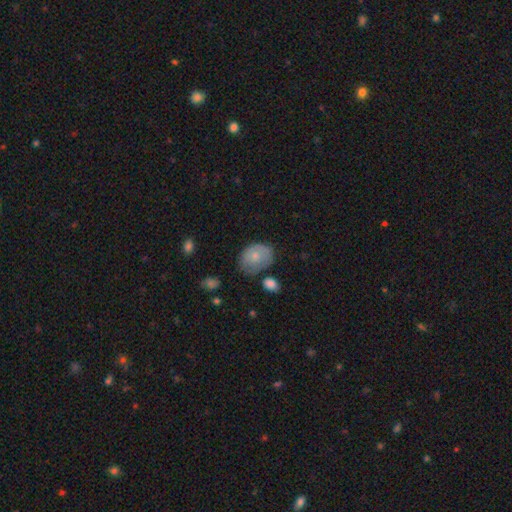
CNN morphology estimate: Smooth or featured: smooth — 69% (featured or disk — 24%)
How rounded: in between — 71% (round — 28%)
Merging: none — 49% (minor disturbance — 34%)